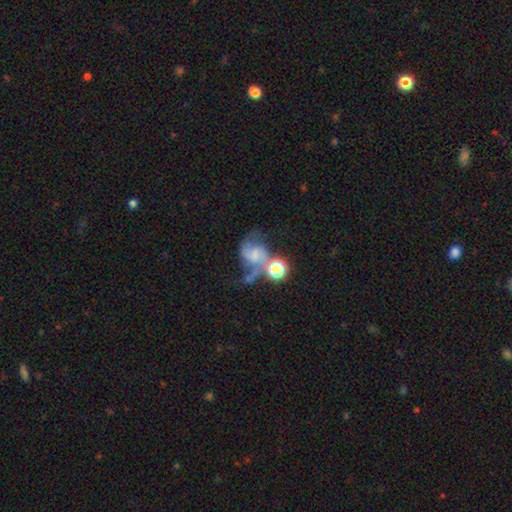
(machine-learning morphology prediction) Q: Smooth or featured?
A: featured or disk (65%); runner-up: smooth (22%)
Q: Edge-on disk?
A: no (98%); runner-up: yes (2%)
Q: Bar?
A: no (53%); runner-up: weak (35%)
Q: Spiral arms?
A: yes (89%); runner-up: no (11%)
Q: Spiral winding?
A: loose (59%); runner-up: medium (33%)
Q: Spiral arm count?
A: 2 (84%); runner-up: 1 (6%)
Q: Bulge size?
A: small (34%); runner-up: none (33%)
Q: Merging?
A: none (30%); runner-up: merger (28%)